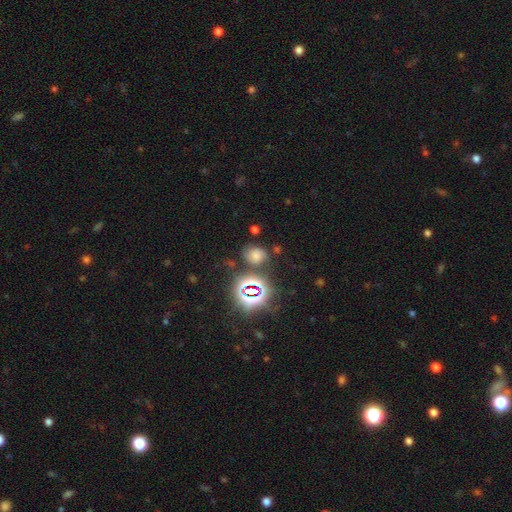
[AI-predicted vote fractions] Smooth or featured: smooth — 49% (star or artifact — 33%)
Merging: none — 65% (minor disturbance — 20%)